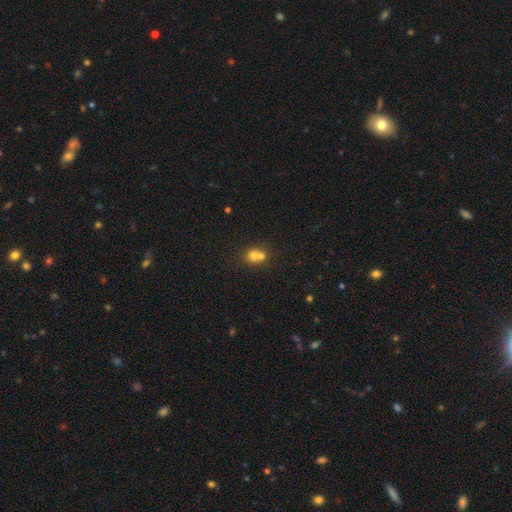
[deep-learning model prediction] The model was most divided on "merging": merger: 58%, none: 33%, minor disturbance: 6%, major disturbance: 3%. More confident: how rounded — round (75%); smooth or featured — smooth (70%).